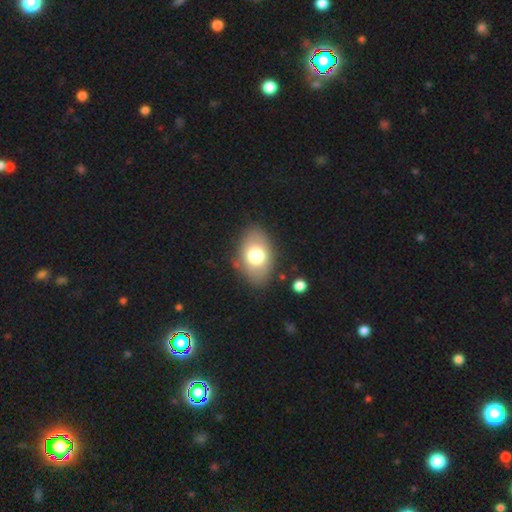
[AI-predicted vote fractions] A smooth galaxy with no disk features (72%) that is in between round and cigar-shaped (85%).

Vote fractions:
- Smooth or featured? smooth: 72% / featured or disk: 19% / star or artifact: 8%
- How rounded? in between: 85% / round: 13% / cigar-shaped: 1%
- Merging? none: 82% / minor disturbance: 12% / major disturbance: 4% / merger: 2%